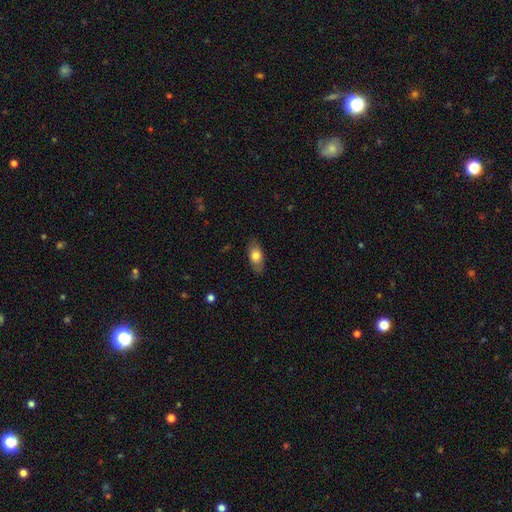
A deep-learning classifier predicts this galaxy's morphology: smooth_or_featured: smooth (p=0.73) [alt: featured or disk p=0.20]
how_rounded: in between (p=0.86) [alt: cigar-shaped p=0.09]
merging: none (p=0.82) [alt: minor disturbance p=0.14]